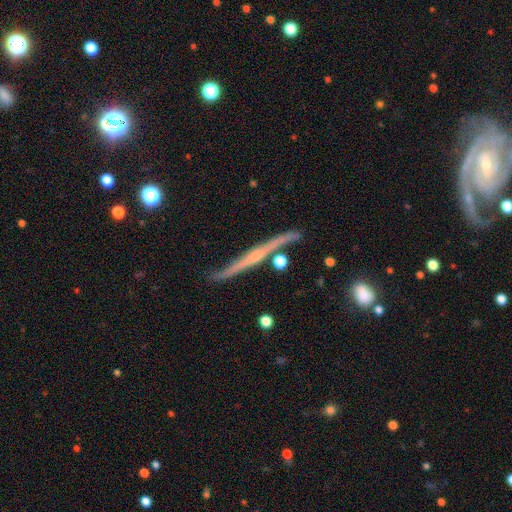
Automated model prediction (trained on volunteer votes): This appears to be a featured or disk galaxy (78%) viewed edge-on (94%) with a rounded central bulge (52%). Merging: none (76%).